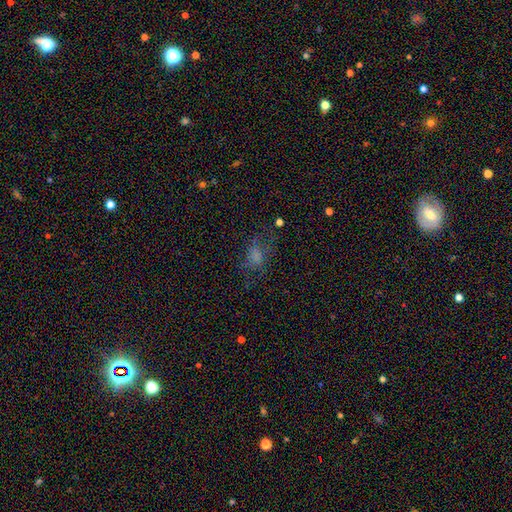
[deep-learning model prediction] Smooth or featured?
  - smooth: 58% *
  - star or artifact: 23%
  - featured or disk: 19%
How rounded?
  - in between: 74% *
  - round: 21%
  - cigar-shaped: 5%
Merging?
  - none: 51% *
  - major disturbance: 26%
  - minor disturbance: 21%
  - merger: 2%